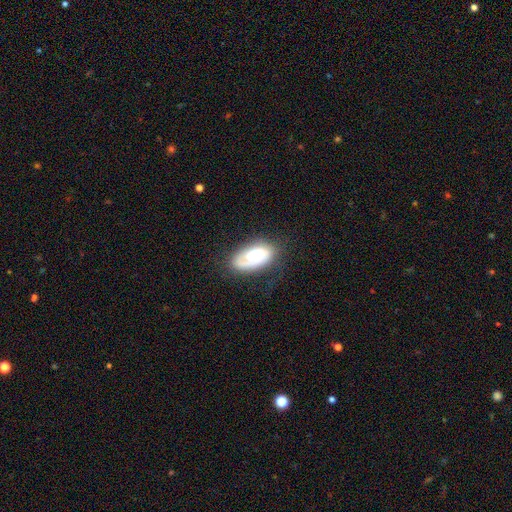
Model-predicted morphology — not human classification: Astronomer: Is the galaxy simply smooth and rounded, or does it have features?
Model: featured or disk — 49% (runner-up: smooth, 44%).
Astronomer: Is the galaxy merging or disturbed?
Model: none — 60%.